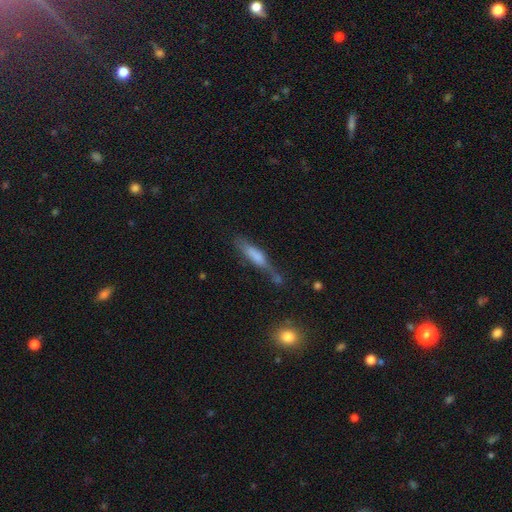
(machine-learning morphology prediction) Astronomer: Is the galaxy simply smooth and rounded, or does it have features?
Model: smooth — 59%.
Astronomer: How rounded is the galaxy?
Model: cigar-shaped — 77%.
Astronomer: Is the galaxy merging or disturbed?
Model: none — 44% (runner-up: minor disturbance, 28%).